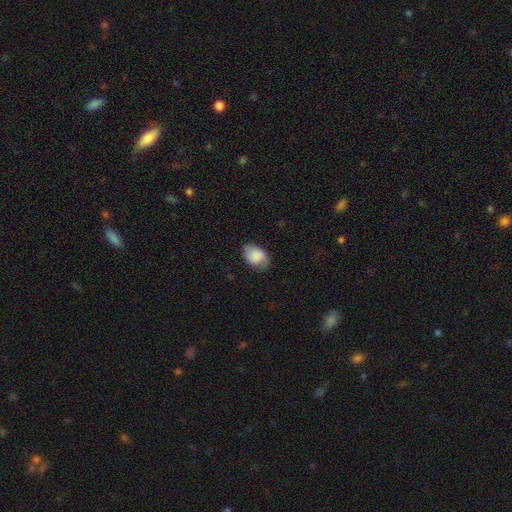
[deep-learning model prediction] smooth 84%, featured or disk 9%, star or artifact 7%. Down the decision tree: how rounded — in between (79%); merging — none (71%).